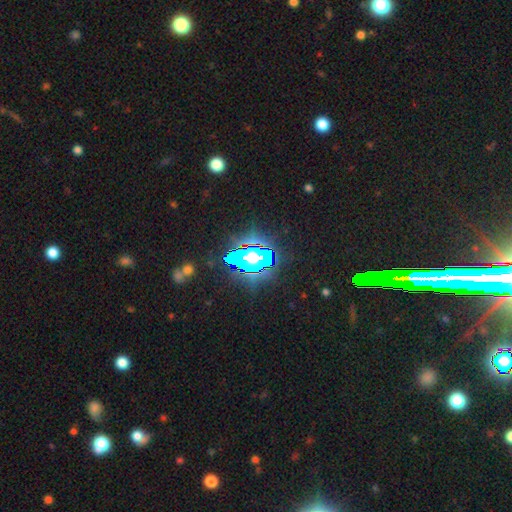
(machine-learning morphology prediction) Smooth or featured?
  - star or artifact: 61% *
  - smooth: 23%
  - featured or disk: 16%